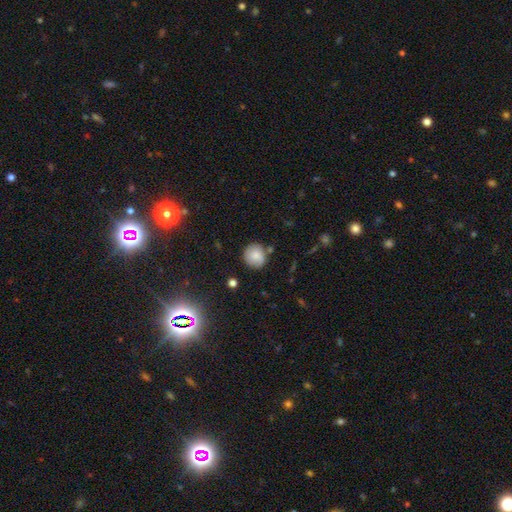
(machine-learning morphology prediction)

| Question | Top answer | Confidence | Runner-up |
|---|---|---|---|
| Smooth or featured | smooth | 82% | featured or disk (10%) |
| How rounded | round | 91% | in between (8%) |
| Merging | none | 81% | minor disturbance (13%) |